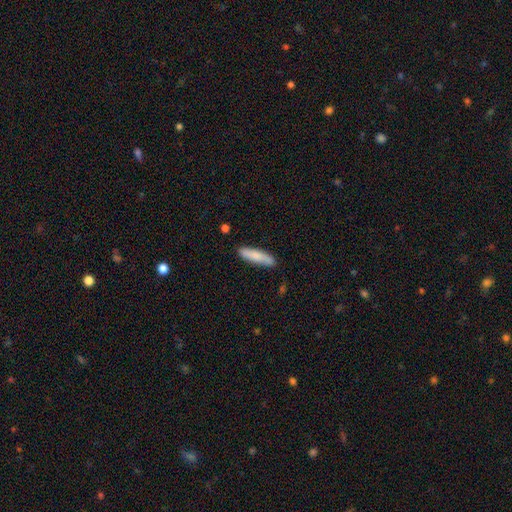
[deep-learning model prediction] This appears to be a smooth galaxy with no disk features (79%) that is cigar-shaped (75%). Merging: none (83%).